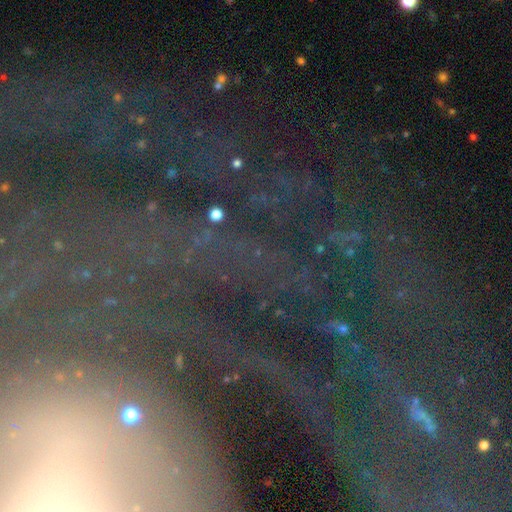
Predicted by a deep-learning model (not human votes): This appears to be a star or artifact, not a galaxy (65%).